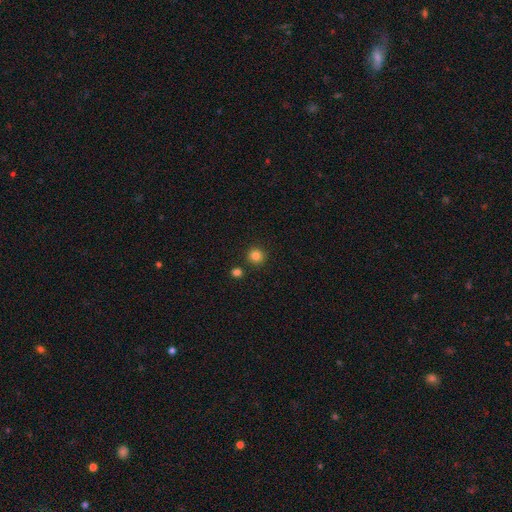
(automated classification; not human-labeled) Q: Smooth or featured?
A: smooth (84%); runner-up: star or artifact (12%)
Q: How rounded?
A: round (94%); runner-up: in between (5%)
Q: Merging?
A: none (87%); runner-up: minor disturbance (6%)